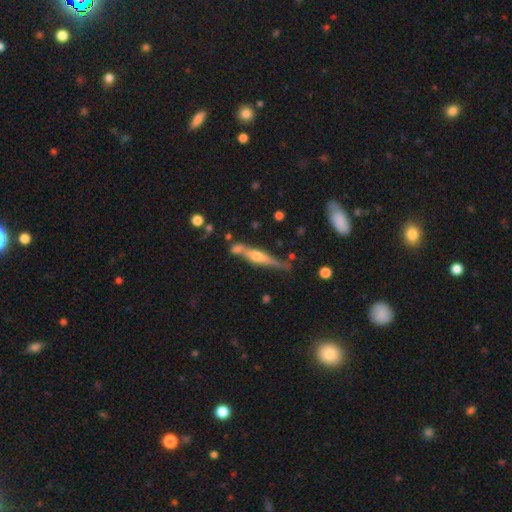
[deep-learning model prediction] Smooth or featured: featured or disk — 64% (smooth — 29%)
Edge-on disk: yes — 94% (no — 6%)
Edge-on bulge: rounded — 76% (boxy — 14%)
Merging: none — 65% (minor disturbance — 17%)